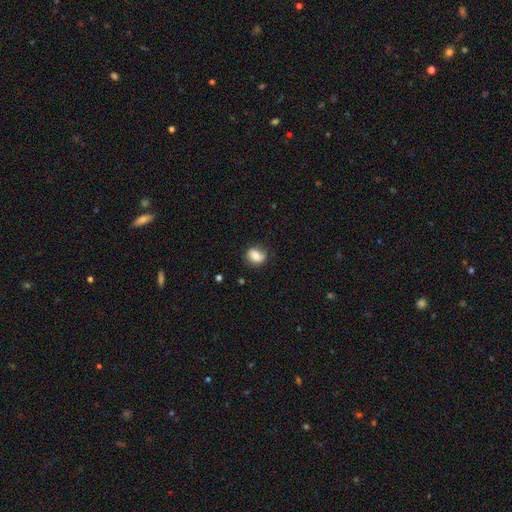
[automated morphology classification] Smooth or featured? smooth (75%)
How rounded? round (52%)
Merging? none (69%)